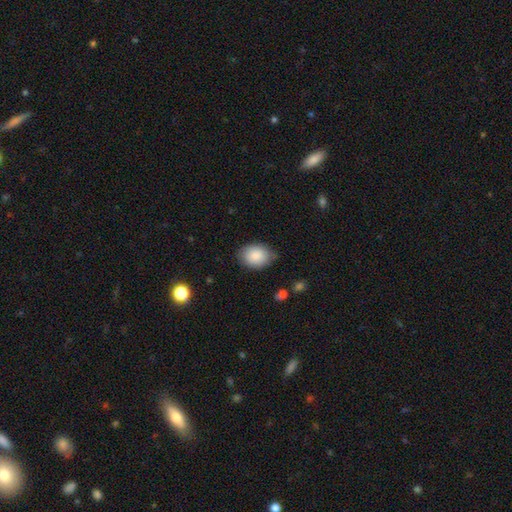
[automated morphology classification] smooth 86%, featured or disk 7%, star or artifact 7%. Down the decision tree: how rounded — in between (72%); merging — none (76%).